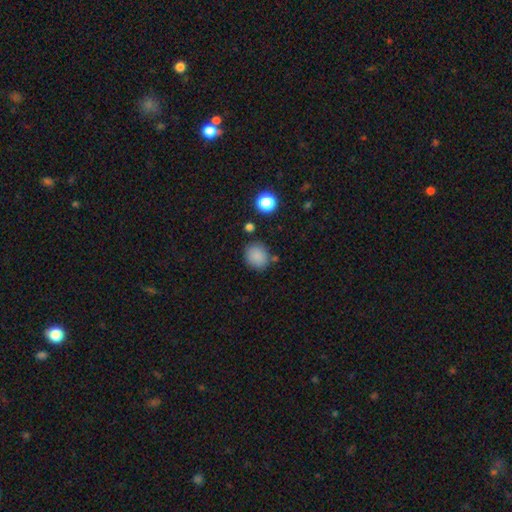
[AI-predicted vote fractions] smooth_or_featured: smooth (p=0.85) [alt: star or artifact p=0.10]
how_rounded: round (p=0.75) [alt: in between p=0.24]
merging: none (p=0.78) [alt: minor disturbance p=0.13]